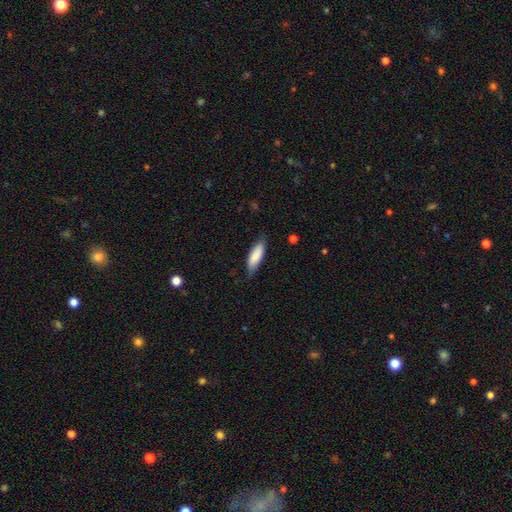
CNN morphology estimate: Smooth or featured: smooth — 83% (featured or disk — 11%)
How rounded: in between — 58% (cigar-shaped — 40%)
Merging: none — 75% (minor disturbance — 20%)